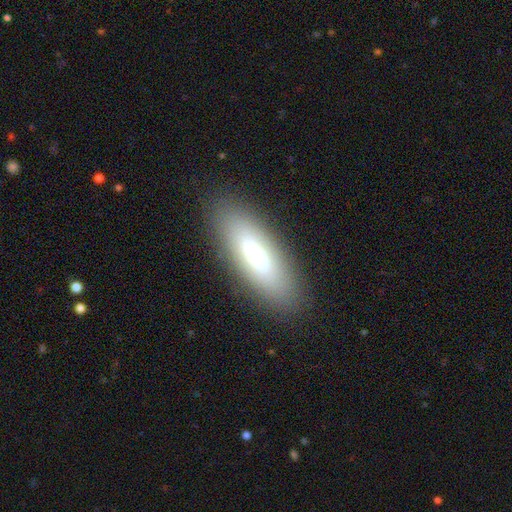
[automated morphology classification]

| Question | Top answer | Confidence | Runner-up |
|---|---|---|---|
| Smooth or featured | smooth | 59% | featured or disk (31%) |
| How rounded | in between | 62% | cigar-shaped (35%) |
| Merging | none | 88% | minor disturbance (8%) |